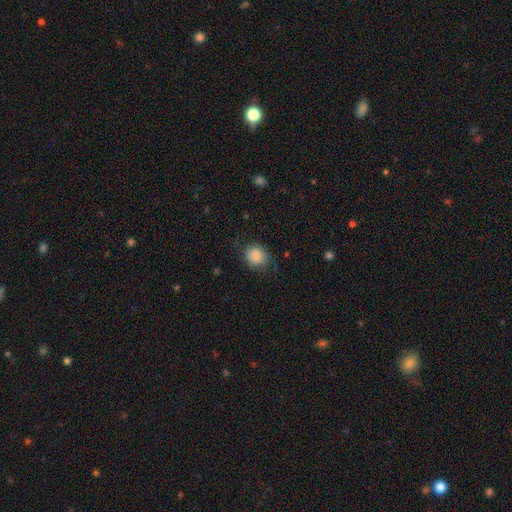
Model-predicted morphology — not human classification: A smooth galaxy with no disk features (79%) that is round (65%).

Vote fractions:
- Smooth or featured? smooth: 79% / featured or disk: 13% / star or artifact: 8%
- How rounded? round: 65% / in between: 34% / cigar-shaped: 1%
- Merging? none: 68% / minor disturbance: 21% / major disturbance: 9% / merger: 1%